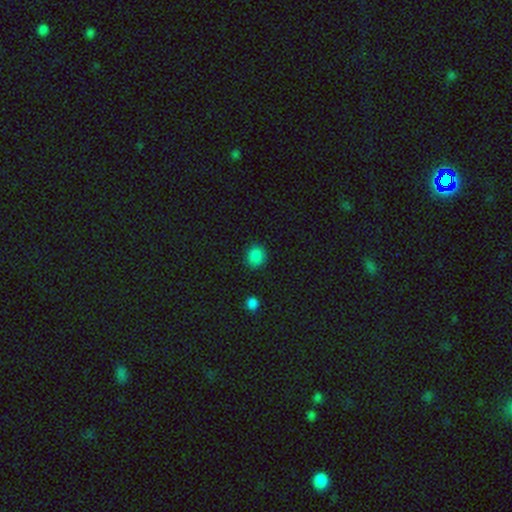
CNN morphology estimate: Smooth or featured?
  - smooth: 86% *
  - star or artifact: 11%
  - featured or disk: 3%
How rounded?
  - round: 78% *
  - in between: 21%
  - cigar-shaped: 1%
Merging?
  - none: 88% *
  - minor disturbance: 8%
  - major disturbance: 2%
  - merger: 1%